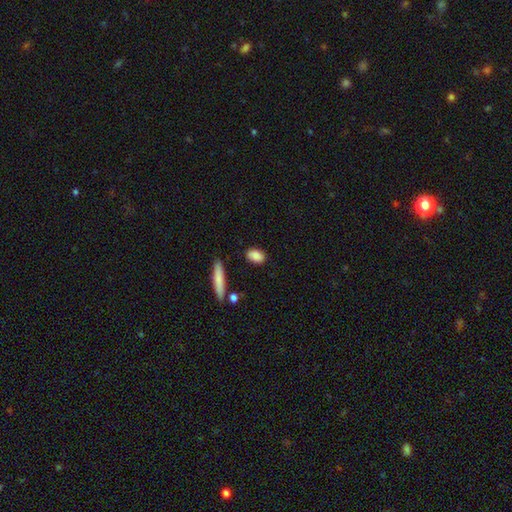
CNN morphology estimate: smooth-or-featured: smooth: 87% | star or artifact: 7% | featured or disk: 6%
  how-rounded: in between: 84% | round: 10% | cigar-shaped: 6%
  merging: none: 84% | minor disturbance: 10% | merger: 3% | major disturbance: 3%